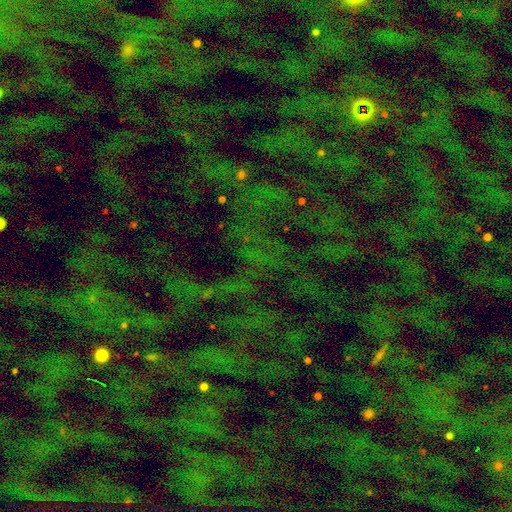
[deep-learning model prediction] Morphology: type=star or artifact (75%).